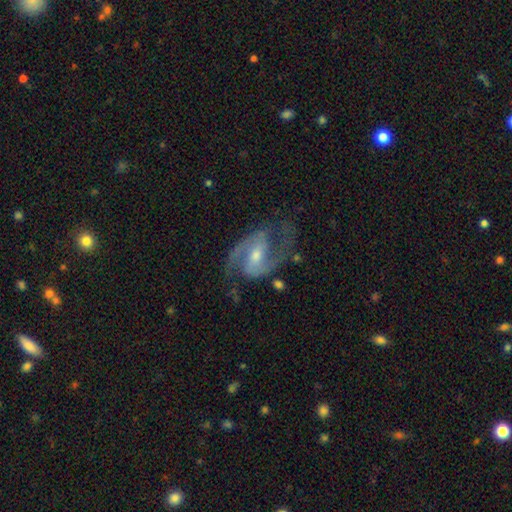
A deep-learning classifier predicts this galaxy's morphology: smooth-or-featured: featured or disk: 90% | star or artifact: 5% | smooth: 5%
  disk-edge-on: no: 97% | yes: 3%
    bar: weak: 47% | strong: 30% | no: 23%
    has-spiral-arms: yes: 98% | no: 2%
      spiral-winding: medium: 61% | loose: 20% | tight: 19%
      spiral-arm-count: 2: 92% | can't tell: 3% | 3: 2% | 1: 1% | 4: 1% | more than 4: 1%
    bulge-size: moderate: 49% | small: 44% | large: 3% | none: 2% | dominant: 1%
  merging: none: 72% | minor disturbance: 17% | major disturbance: 10% | merger: 2%